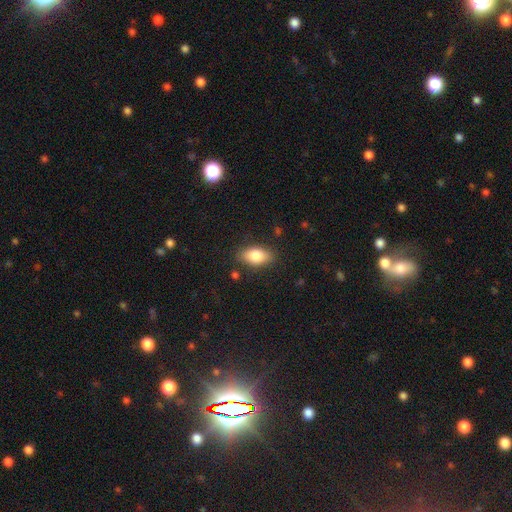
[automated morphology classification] Smooth or featured?
  - smooth: 81% *
  - featured or disk: 12%
  - star or artifact: 7%
How rounded?
  - in between: 89% *
  - round: 7%
  - cigar-shaped: 4%
Merging?
  - none: 84% *
  - minor disturbance: 12%
  - major disturbance: 3%
  - merger: 2%